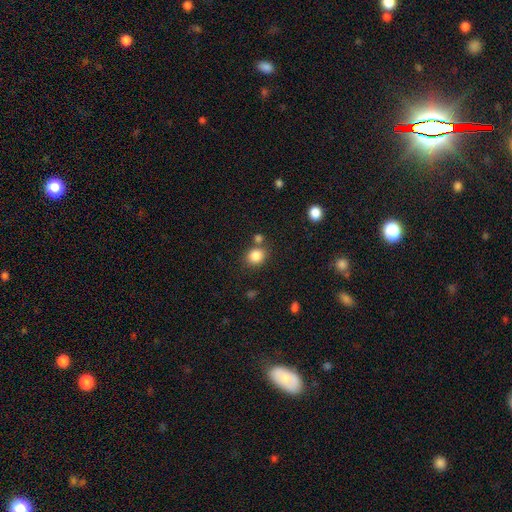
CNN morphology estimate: A smooth galaxy with no disk features (84%) that is round (66%). Merging: none (71%).